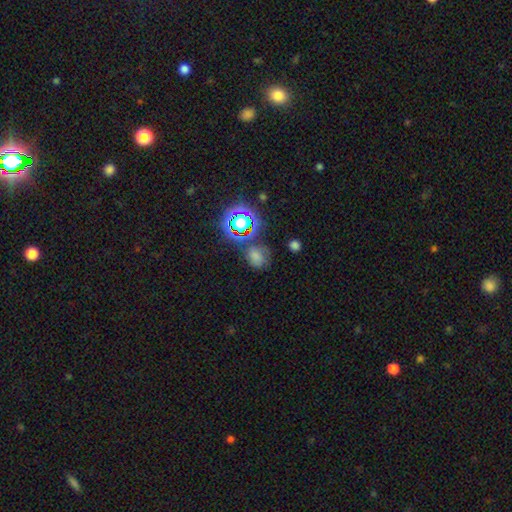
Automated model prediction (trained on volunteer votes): smooth-or-featured: smooth: 53% | star or artifact: 32% | featured or disk: 15%
  how-rounded: round: 53% | in between: 45% | cigar-shaped: 1%
  merging: none: 57% | minor disturbance: 22% | major disturbance: 12% | merger: 9%